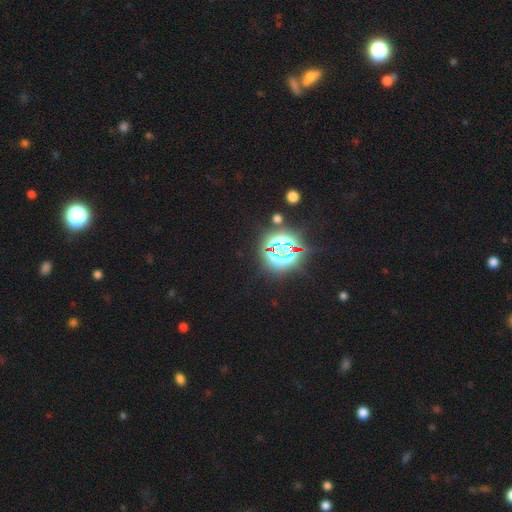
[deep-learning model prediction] Smooth or featured?
  - star or artifact: 82% *
  - smooth: 11%
  - featured or disk: 6%